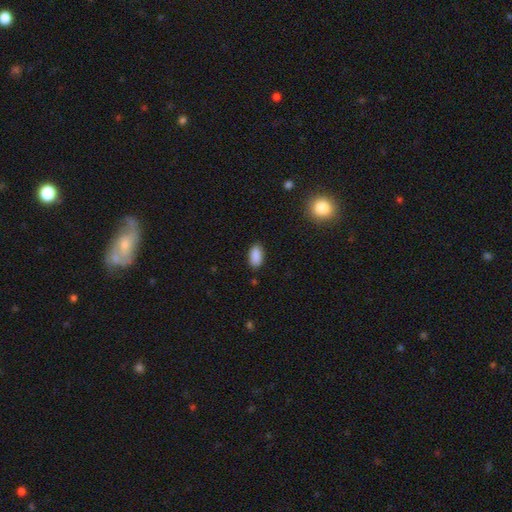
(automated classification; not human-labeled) Q: Smooth or featured?
A: smooth (89%); runner-up: star or artifact (8%)
Q: How rounded?
A: in between (92%); runner-up: cigar-shaped (5%)
Q: Merging?
A: none (86%); runner-up: minor disturbance (11%)